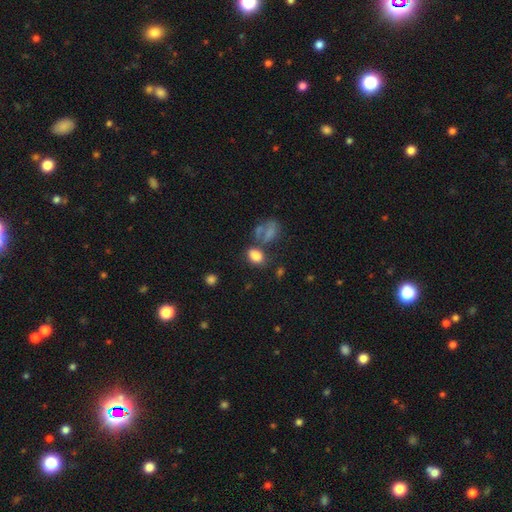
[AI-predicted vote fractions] Smooth or featured?
  - smooth: 81% *
  - star or artifact: 12%
  - featured or disk: 8%
How rounded?
  - in between: 79% *
  - round: 20%
  - cigar-shaped: 2%
Merging?
  - none: 59% *
  - merger: 18%
  - minor disturbance: 15%
  - major disturbance: 8%